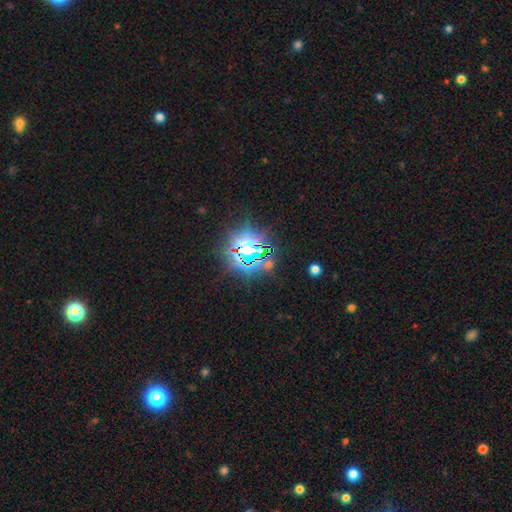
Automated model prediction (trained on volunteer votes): This is clearly a star or artifact rather than a galaxy (80%).